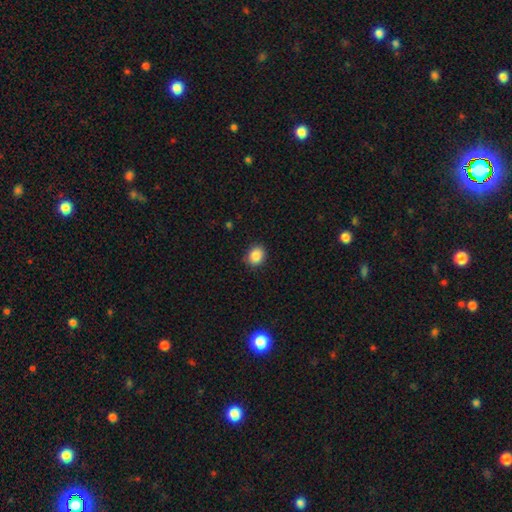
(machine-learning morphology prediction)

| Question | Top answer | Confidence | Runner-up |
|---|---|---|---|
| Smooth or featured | smooth | 86% | star or artifact (9%) |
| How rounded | round | 55% | in between (45%) |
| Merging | none | 85% | minor disturbance (12%) |